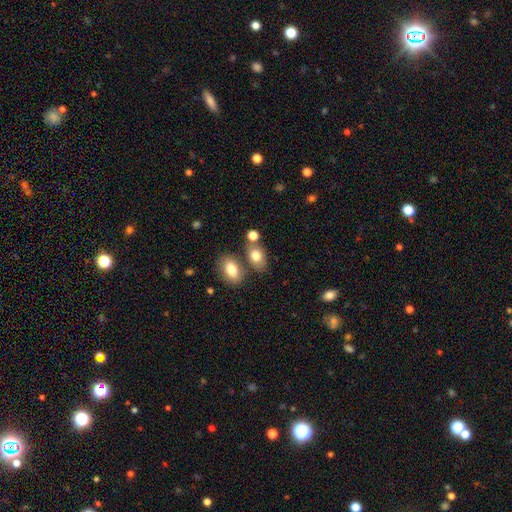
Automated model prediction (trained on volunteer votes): Morphology: type=smooth (78%); roundness=in between (77%); merging=none (54%).